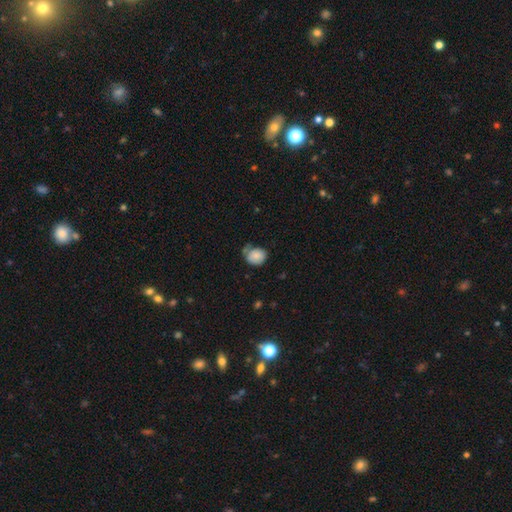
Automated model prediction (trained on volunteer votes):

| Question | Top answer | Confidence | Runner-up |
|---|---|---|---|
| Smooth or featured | smooth | 84% | featured or disk (8%) |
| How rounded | round | 62% | in between (37%) |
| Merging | none | 56% | minor disturbance (27%) |